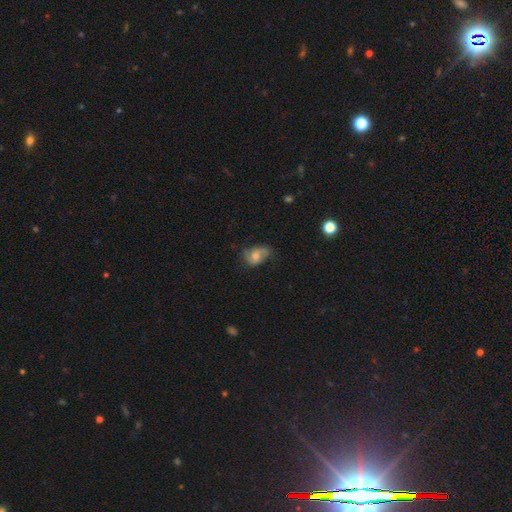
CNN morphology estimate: Smooth or featured? Predicted: featured or disk (p=0.49). Merging? Predicted: none (p=0.54).